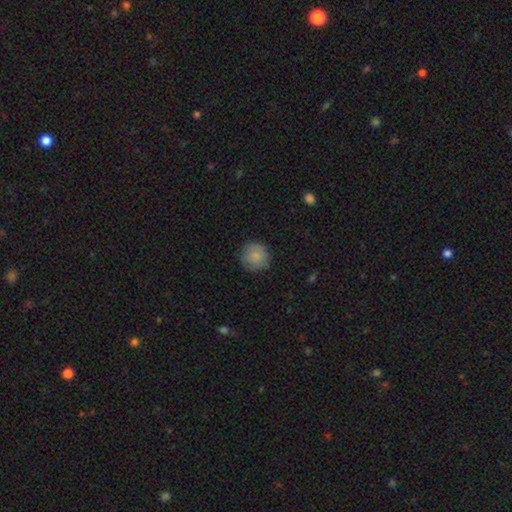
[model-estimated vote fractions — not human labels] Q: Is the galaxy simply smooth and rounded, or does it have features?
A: smooth — 86%.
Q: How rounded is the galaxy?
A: round — 94%.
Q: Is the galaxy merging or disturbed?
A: none — 84%.